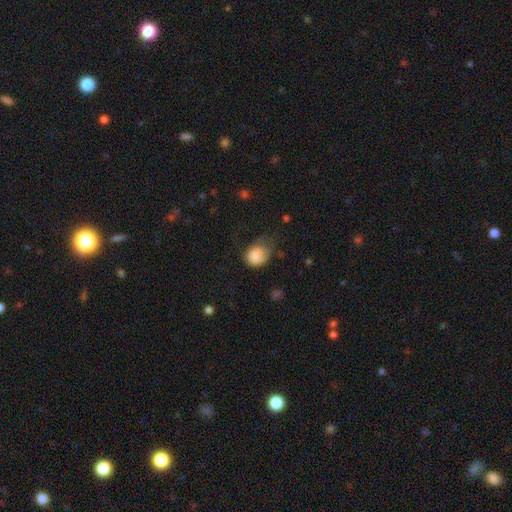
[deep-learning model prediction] This is clearly a smooth galaxy (85%). How rounded: possibly in between (50%, tied with round). Merging: marginally minor disturbance (39%).